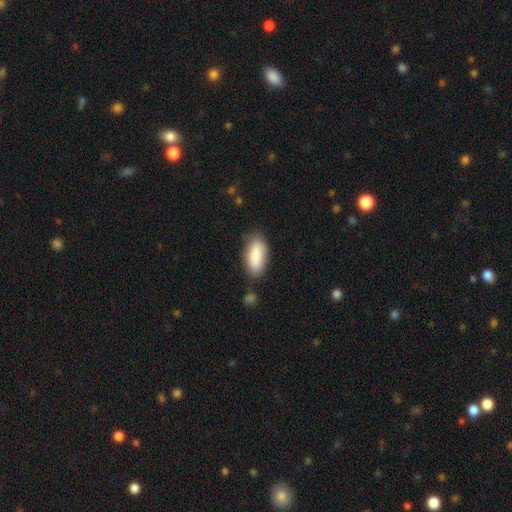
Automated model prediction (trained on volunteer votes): Smooth or featured: smooth — 86% (featured or disk — 8%)
How rounded: in between — 85% (cigar-shaped — 13%)
Merging: none — 75% (minor disturbance — 17%)